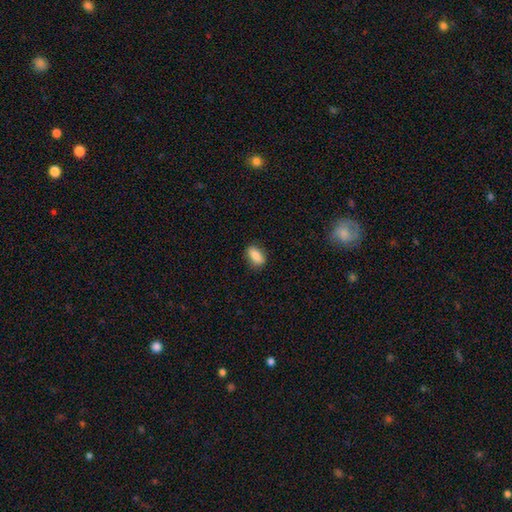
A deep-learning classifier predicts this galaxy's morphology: smooth 85%, featured or disk 8%, star or artifact 7%. Down the decision tree: how rounded — in between (83%); merging — none (85%).